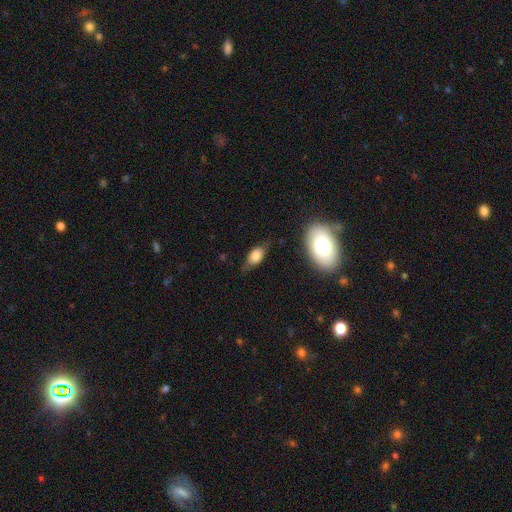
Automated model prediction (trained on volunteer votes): smooth-or-featured: smooth: 70% | featured or disk: 21% | star or artifact: 8%
  how-rounded: in between: 83% | cigar-shaped: 11% | round: 7%
  merging: none: 67% | minor disturbance: 24% | major disturbance: 7% | merger: 2%